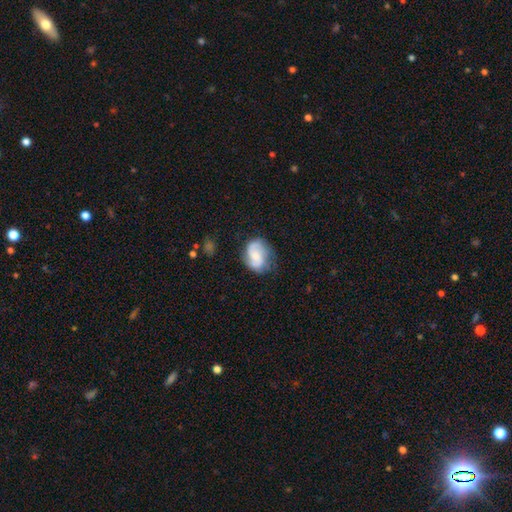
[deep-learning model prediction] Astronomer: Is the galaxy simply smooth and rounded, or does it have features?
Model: featured or disk — 68%.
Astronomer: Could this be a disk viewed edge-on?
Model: no — 98%.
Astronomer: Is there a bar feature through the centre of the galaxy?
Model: no — 55% (runner-up: weak, 37%).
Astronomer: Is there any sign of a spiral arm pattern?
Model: yes — 93%.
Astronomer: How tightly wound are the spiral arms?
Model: medium — 47% (runner-up: loose, 30%).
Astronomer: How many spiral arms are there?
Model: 2 — 82%.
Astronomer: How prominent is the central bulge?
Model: small — 38% (runner-up: moderate, 37%).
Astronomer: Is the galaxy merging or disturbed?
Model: none — 68%.